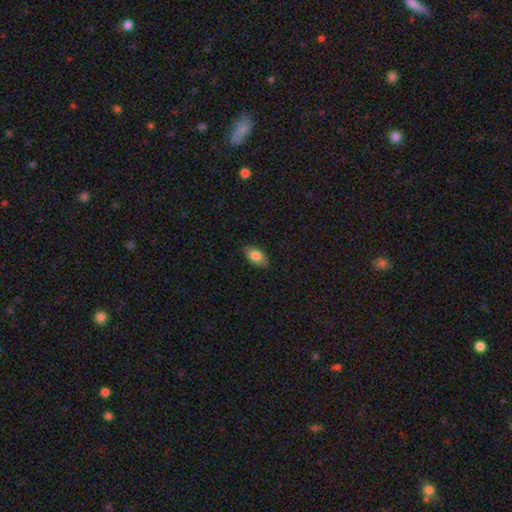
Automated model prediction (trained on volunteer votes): A smooth galaxy with no disk features (82%) that is in between round and cigar-shaped (92%). Merging: none (84%).